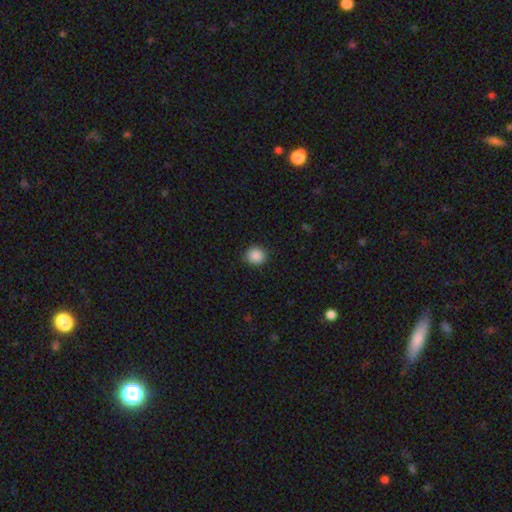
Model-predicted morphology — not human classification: Smooth or featured: smooth — 88% (star or artifact — 9%)
How rounded: round — 82% (in between — 17%)
Merging: none — 90% (minor disturbance — 7%)